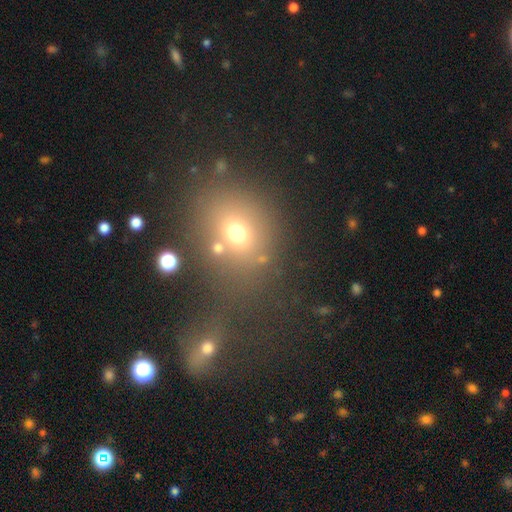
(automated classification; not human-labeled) Smooth or featured? smooth (53%)
How rounded? round (68%)
Merging? none (54%)